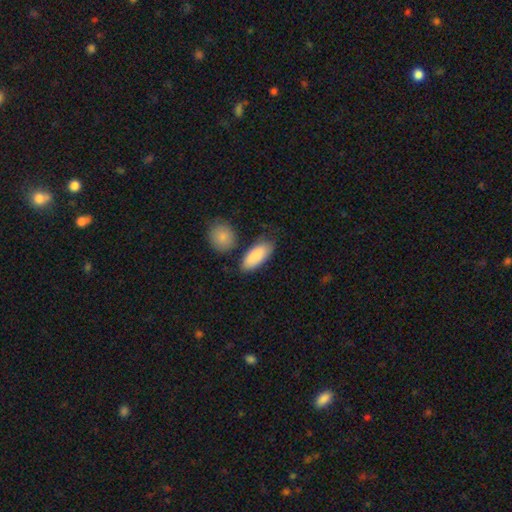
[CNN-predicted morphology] smooth 87%, featured or disk 8%, star or artifact 5%. Down the decision tree: how rounded — in between (86%); merging — none (72%).